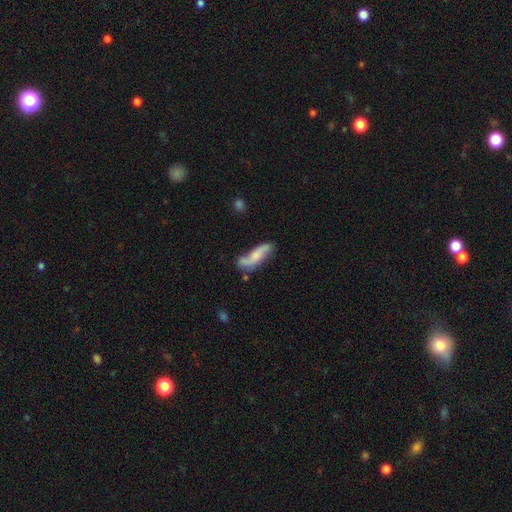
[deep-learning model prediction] featured or disk 47%, smooth 46%, star or artifact 7%. Down the decision tree: merging — none (54%).